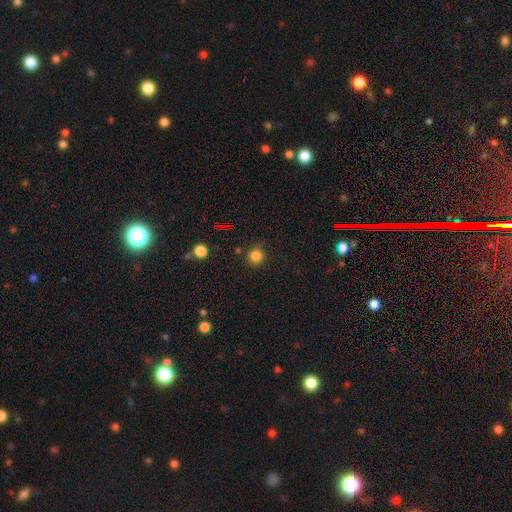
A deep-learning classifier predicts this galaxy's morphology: This appears to be a smooth galaxy with no disk features (80%) that is round (93%). Merging: none (85%).